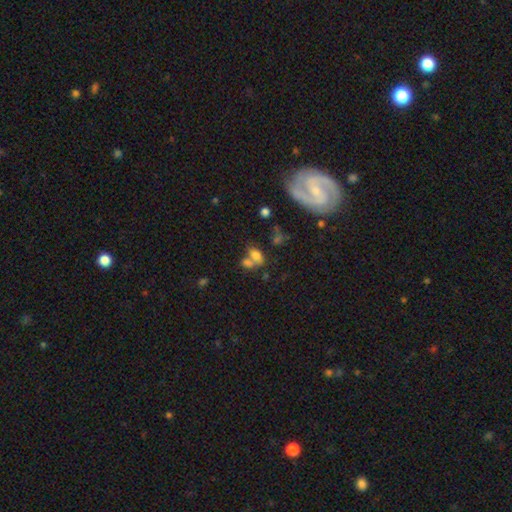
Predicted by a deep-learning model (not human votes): Overall: smooth (71%). How rounded: in between (82%). Merging: merger (48%; none 33%).